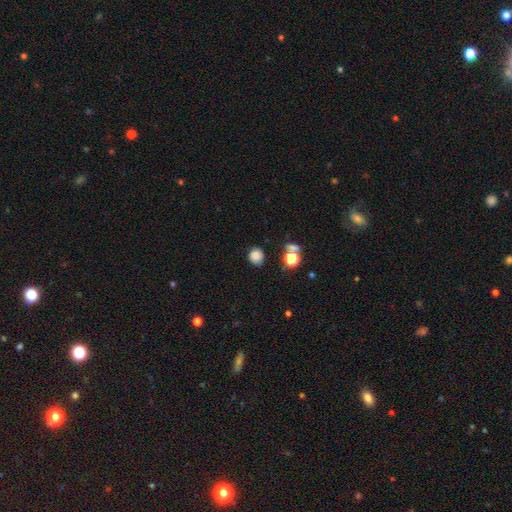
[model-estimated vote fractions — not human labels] The model was most divided on "how rounded": round: 82%, in between: 17%, cigar-shaped: 1%. More confident: smooth or featured — smooth (82%); merging — none (80%).